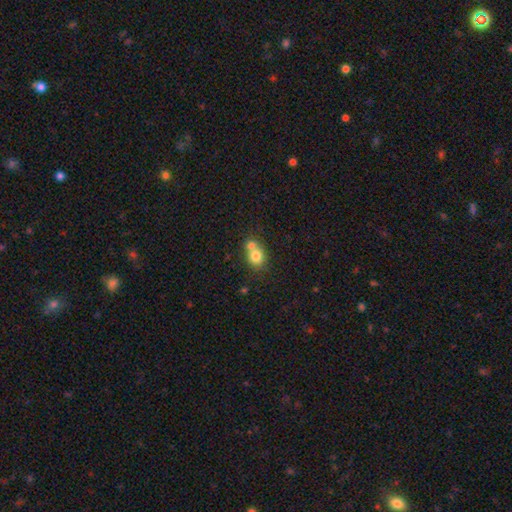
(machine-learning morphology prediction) type=smooth (77%); roundness=round (72%); merging=merger (55%).